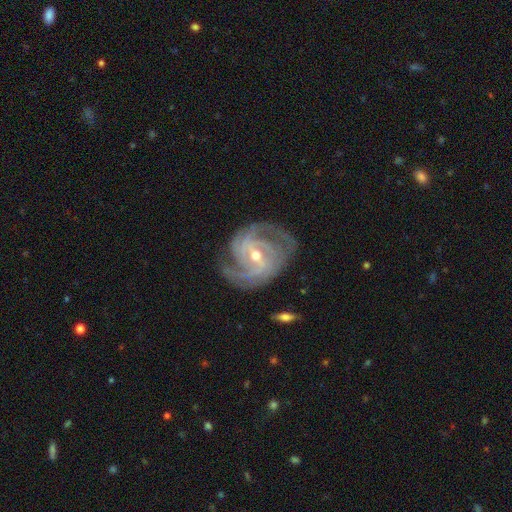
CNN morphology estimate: This is clearly a featured or disk galaxy (92%). It is clearly not viewed edge-on (97%). Bar: possibly weak (46%). Spiral arm pattern: clearly yes (98%). Spiral arm count: marginally 3 (37%). Spiral winding: possibly tight (56%). Central bulge: possibly small (50%). Merging: likely none (74%).